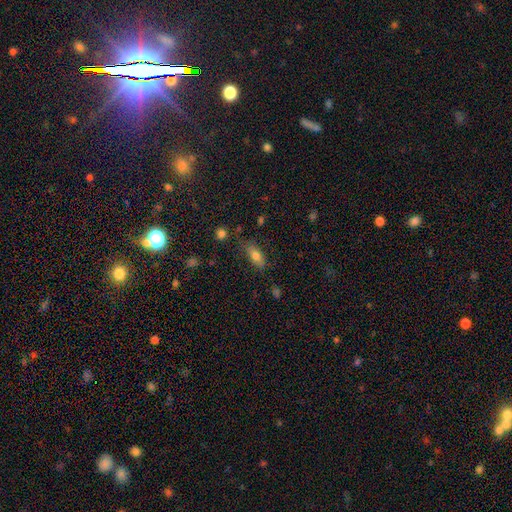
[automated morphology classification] This appears to be a smooth galaxy with no disk features (75%) that is in between round and cigar-shaped (79%). Merging: none (73%).